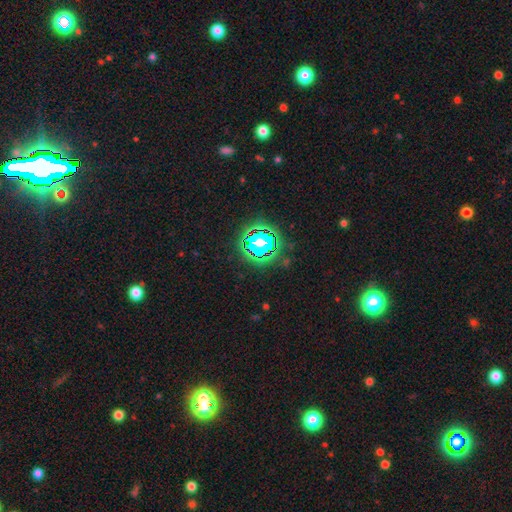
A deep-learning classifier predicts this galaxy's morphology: Smooth or featured? star or artifact (80%)